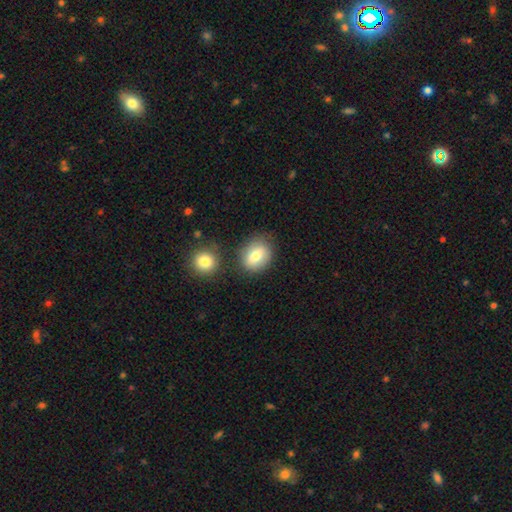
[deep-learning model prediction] Smooth or featured: smooth — 76% (featured or disk — 15%)
How rounded: in between — 55% (round — 44%)
Merging: none — 71% (minor disturbance — 14%)